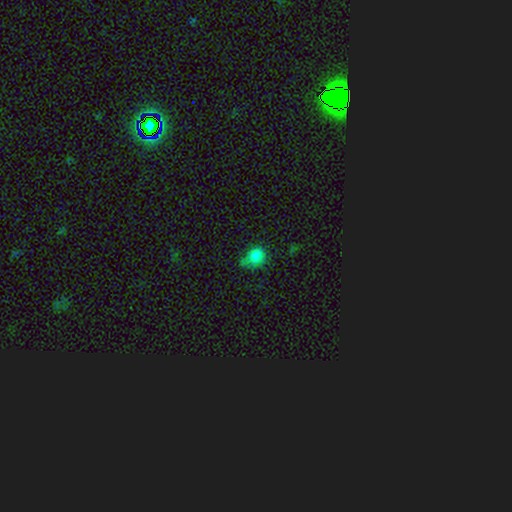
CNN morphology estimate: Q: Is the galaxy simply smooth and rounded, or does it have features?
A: smooth — 83%.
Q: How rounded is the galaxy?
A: round — 69%.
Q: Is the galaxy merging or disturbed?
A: none — 51%.